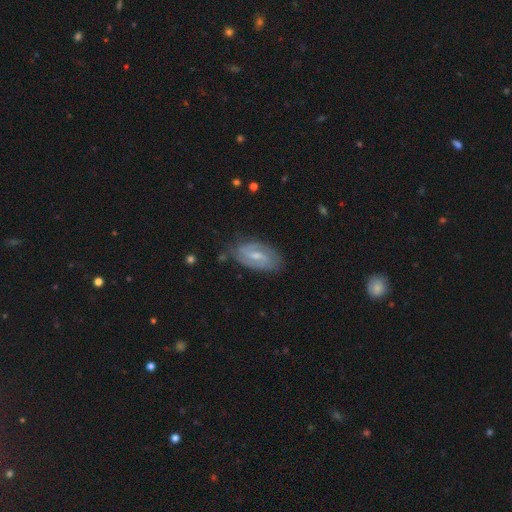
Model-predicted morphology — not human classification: Smooth or featured? Predicted: featured or disk (p=0.80). Edge-on disk? Predicted: no (p=0.96). Bar? Predicted: weak (p=0.58). Spiral arms? Predicted: yes (p=0.94). Spiral winding? Predicted: medium (p=0.45). Spiral arm count? Predicted: 2 (p=0.85). Bulge size? Predicted: small (p=0.52). Merging? Predicted: none (p=0.78).